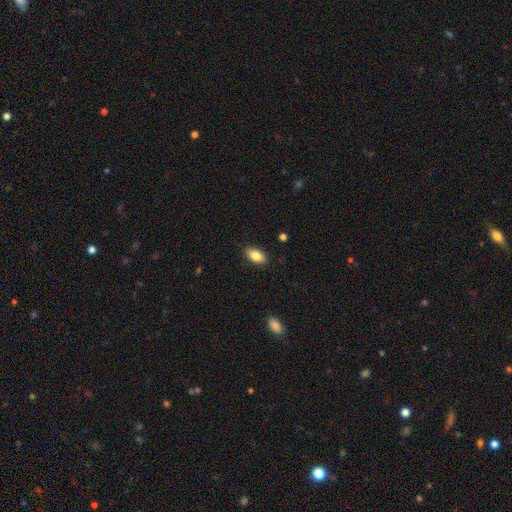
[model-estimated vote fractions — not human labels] A smooth galaxy with no disk features (84%) that is in between round and cigar-shaped (92%). Merging: none (88%).